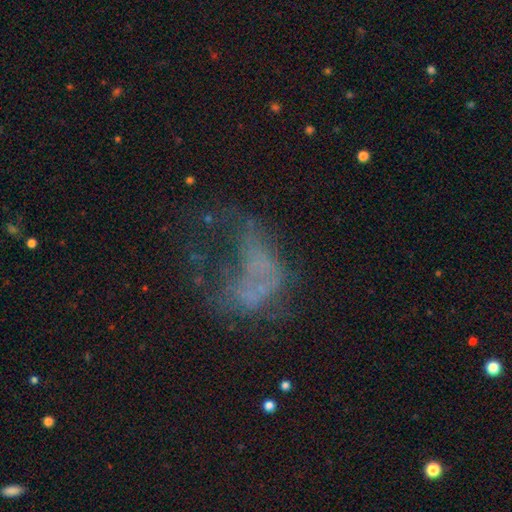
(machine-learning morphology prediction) Smooth or featured? Predicted: featured or disk (p=0.51). Edge-on disk? Predicted: no (p=0.97). Merging? Predicted: major disturbance (p=0.48).